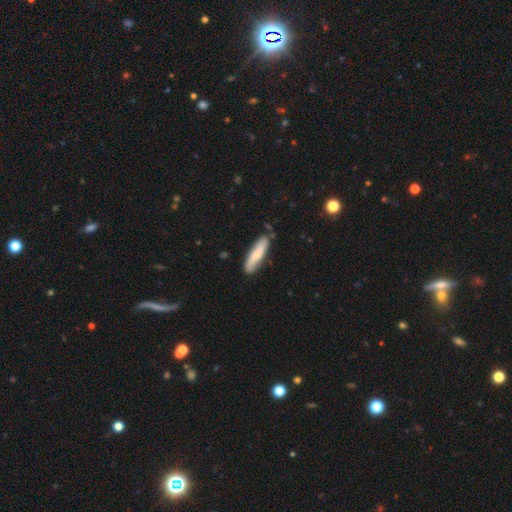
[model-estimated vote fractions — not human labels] Smooth or featured? smooth (55%)
How rounded? cigar-shaped (73%)
Merging? none (79%)